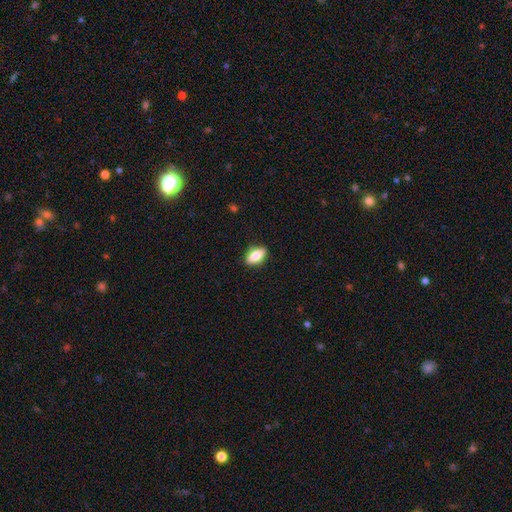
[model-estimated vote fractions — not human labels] Smooth or featured? Predicted: smooth (p=0.71). How rounded? Predicted: in between (p=0.81). Merging? Predicted: none (p=0.87).